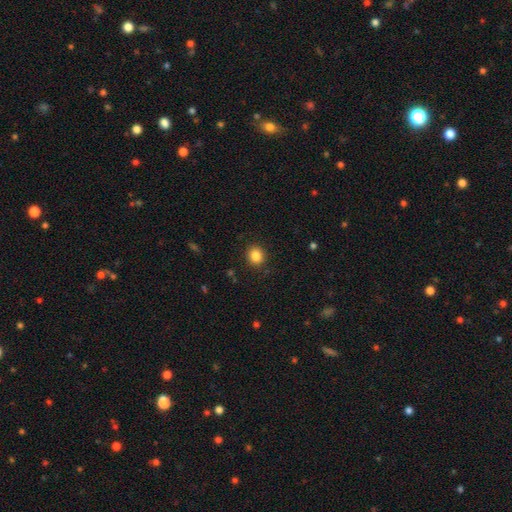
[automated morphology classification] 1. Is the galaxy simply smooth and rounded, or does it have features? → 85% smooth, 11% star or artifact, 4% featured or disk.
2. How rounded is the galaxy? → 83% round, 16% in between, 1% cigar-shaped.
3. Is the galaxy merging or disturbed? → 90% none, 7% minor disturbance, 2% major disturbance, 1% merger.